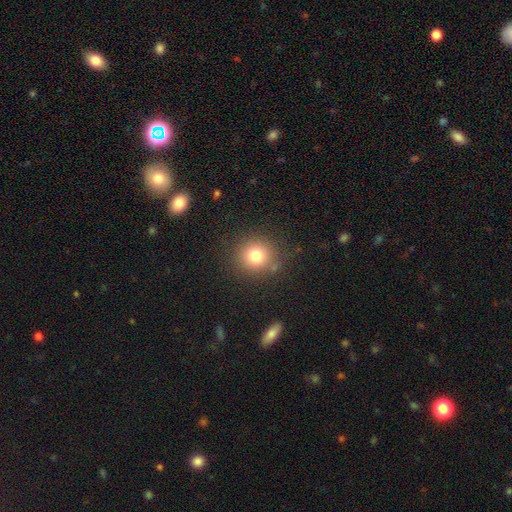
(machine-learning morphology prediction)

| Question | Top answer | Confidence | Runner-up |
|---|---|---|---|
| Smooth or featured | smooth | 78% | star or artifact (13%) |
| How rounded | round | 91% | in between (8%) |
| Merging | none | 84% | minor disturbance (10%) |